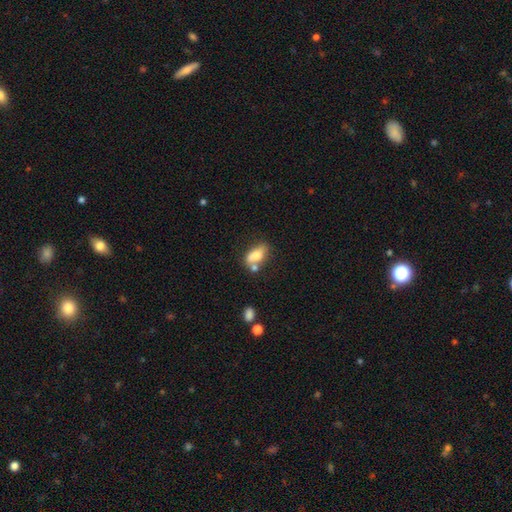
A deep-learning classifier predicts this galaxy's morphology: This is likely a smooth galaxy (67%). How rounded: clearly in between (82%). Merging: marginally none (42%).